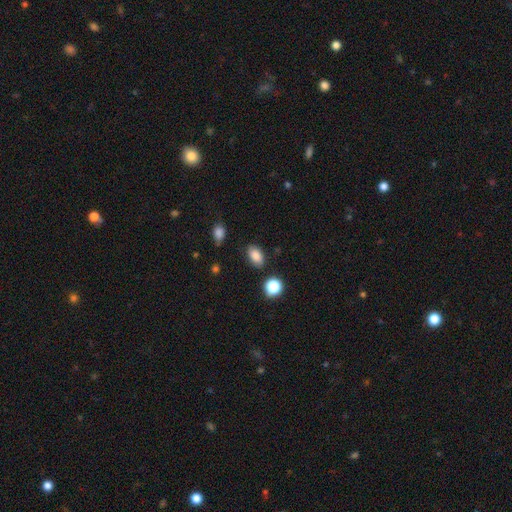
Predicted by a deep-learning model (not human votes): Smooth or featured? Predicted: smooth (p=0.85). How rounded? Predicted: in between (p=0.86). Merging? Predicted: none (p=0.81).